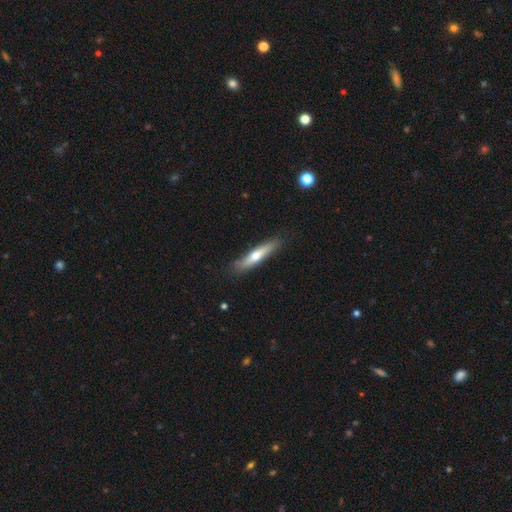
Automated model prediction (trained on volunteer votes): Morphology: type=smooth (53%); roundness=cigar-shaped (86%); merging=none (86%).